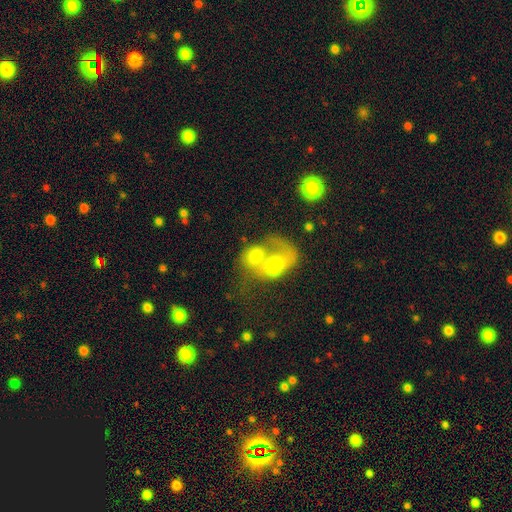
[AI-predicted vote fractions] Q: Smooth or featured?
A: smooth (47%); runner-up: featured or disk (43%)
Q: Merging?
A: merger (78%); runner-up: major disturbance (11%)